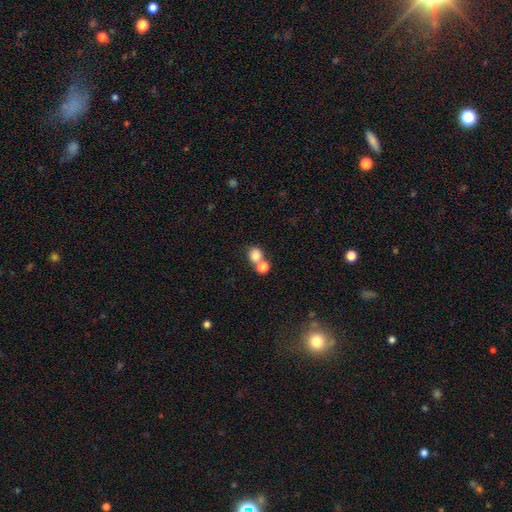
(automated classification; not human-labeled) smooth-or-featured: smooth: 80% | star or artifact: 11% | featured or disk: 8%
  how-rounded: round: 81% | in between: 18% | cigar-shaped: 1%
  merging: none: 47% | merger: 42% | minor disturbance: 7% | major disturbance: 3%